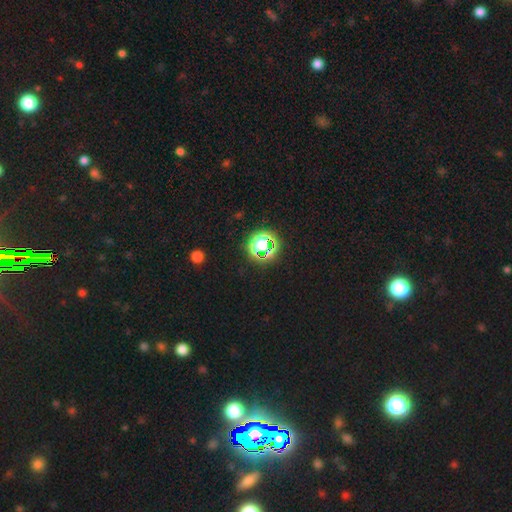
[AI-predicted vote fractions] A star or artifact, not a galaxy (77%).

Vote fractions:
- Smooth or featured? star or artifact: 77% / smooth: 16% / featured or disk: 7%